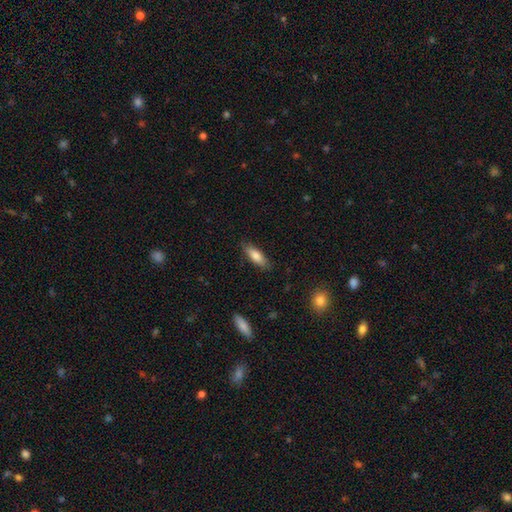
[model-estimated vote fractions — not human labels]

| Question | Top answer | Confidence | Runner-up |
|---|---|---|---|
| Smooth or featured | smooth | 79% | featured or disk (15%) |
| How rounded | in between | 56% | cigar-shaped (42%) |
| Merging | none | 85% | minor disturbance (12%) |